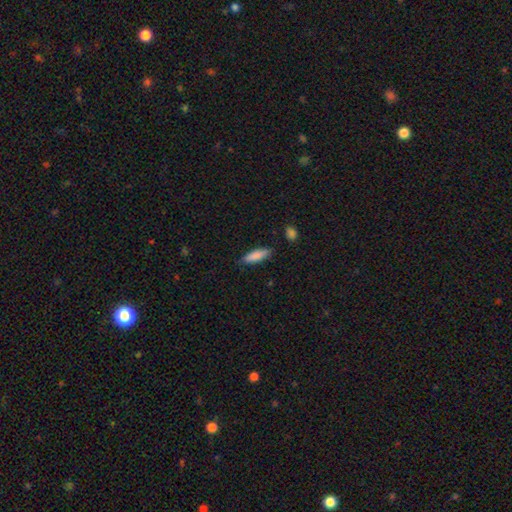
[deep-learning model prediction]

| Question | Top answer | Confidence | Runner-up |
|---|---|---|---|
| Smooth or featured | smooth | 85% | featured or disk (9%) |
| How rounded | cigar-shaped | 56% | in between (43%) |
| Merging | none | 81% | minor disturbance (14%) |